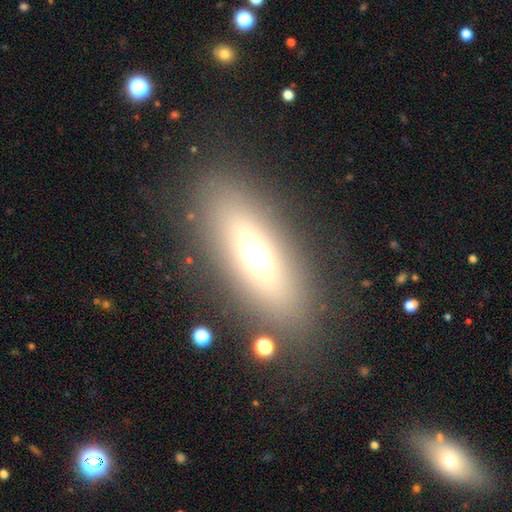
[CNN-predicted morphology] A smooth galaxy with no disk features (54%) that is in between round and cigar-shaped (62%). Merging: none (83%).